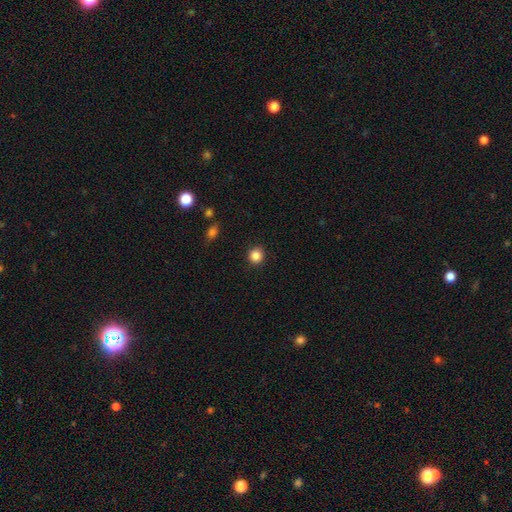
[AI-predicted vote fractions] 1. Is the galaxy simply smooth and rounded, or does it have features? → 86% smooth, 11% star or artifact, 4% featured or disk.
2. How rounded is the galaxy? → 91% round, 8% in between, 1% cigar-shaped.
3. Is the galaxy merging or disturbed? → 91% none, 6% minor disturbance, 2% major disturbance, 1% merger.